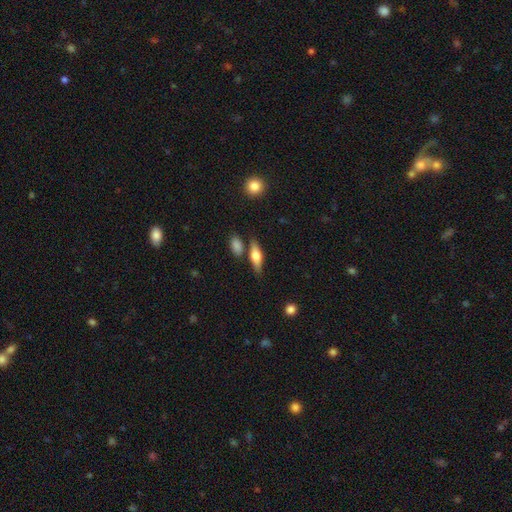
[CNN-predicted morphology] smooth 51%, featured or disk 42%, star or artifact 7%. Down the decision tree: how rounded — in between (51%); merging — none (74%).